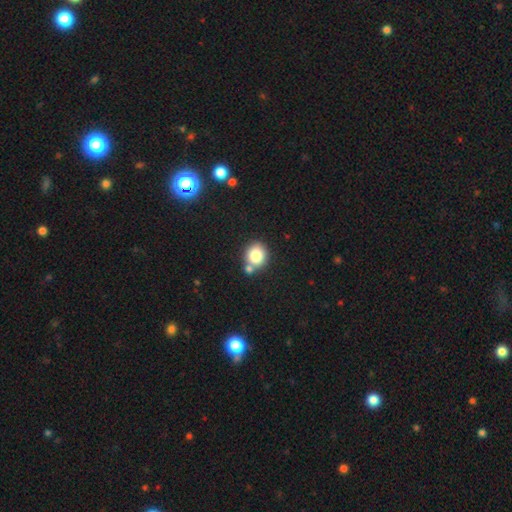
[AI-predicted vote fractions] Smooth or featured: smooth — 81% (star or artifact — 11%)
How rounded: round — 82% (in between — 17%)
Merging: none — 67% (merger — 20%)